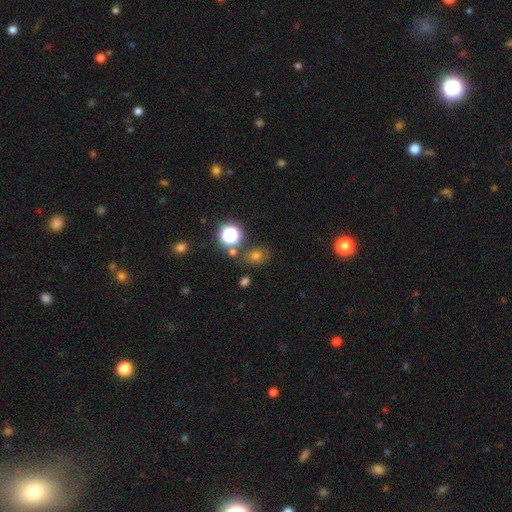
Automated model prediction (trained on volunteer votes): The model was most divided on "how rounded": round: 63%, in between: 36%, cigar-shaped: 1%. More confident: merging — none (74%); smooth or featured — smooth (64%).